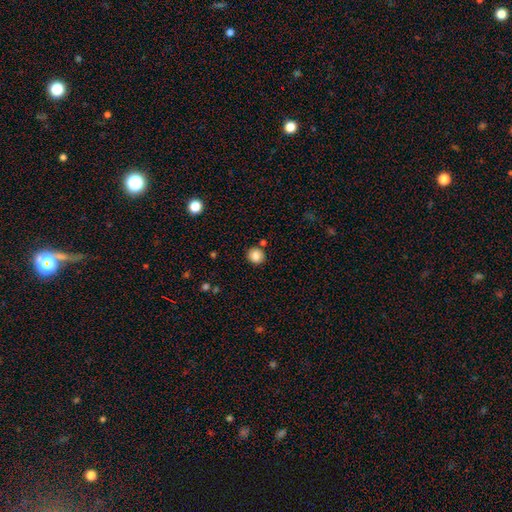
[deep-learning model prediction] smooth_or_featured: smooth (p=0.86) [alt: star or artifact p=0.09]
how_rounded: round (p=0.86) [alt: in between p=0.13]
merging: none (p=0.85) [alt: minor disturbance p=0.08]